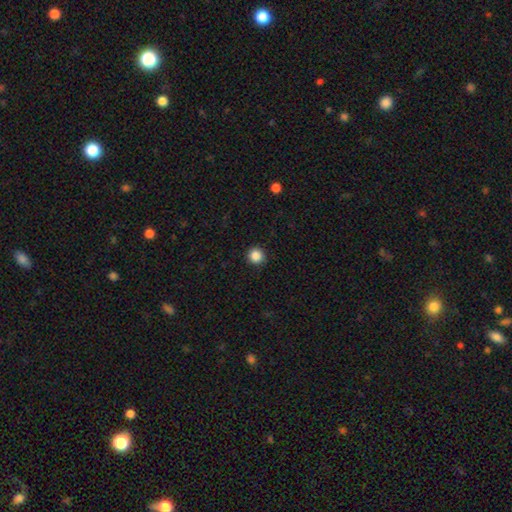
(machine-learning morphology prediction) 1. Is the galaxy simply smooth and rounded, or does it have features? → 86% smooth, 11% star or artifact, 4% featured or disk.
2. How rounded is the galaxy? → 95% round, 4% in between, 1% cigar-shaped.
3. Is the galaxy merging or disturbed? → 92% none, 5% minor disturbance, 2% major disturbance, 1% merger.